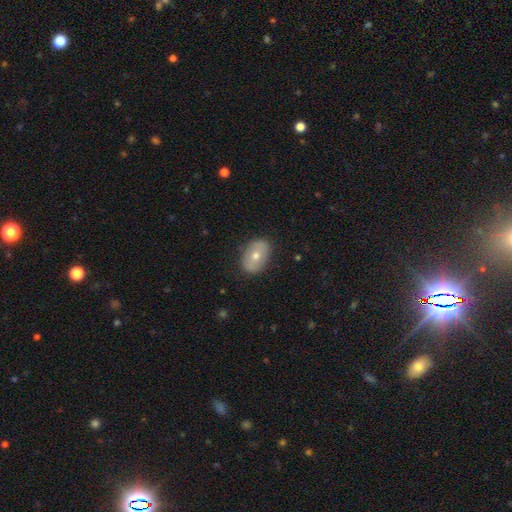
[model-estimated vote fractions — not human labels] This appears to be a smooth galaxy with no disk features (58%) that is in between round and cigar-shaped (82%). Merging: none (85%).